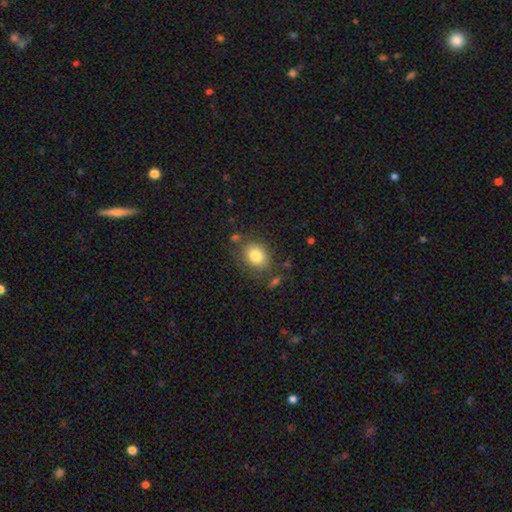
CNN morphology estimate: The model was most divided on "how rounded": round: 57%, in between: 42%, cigar-shaped: 1%. More confident: smooth or featured — smooth (81%); merging — none (76%).